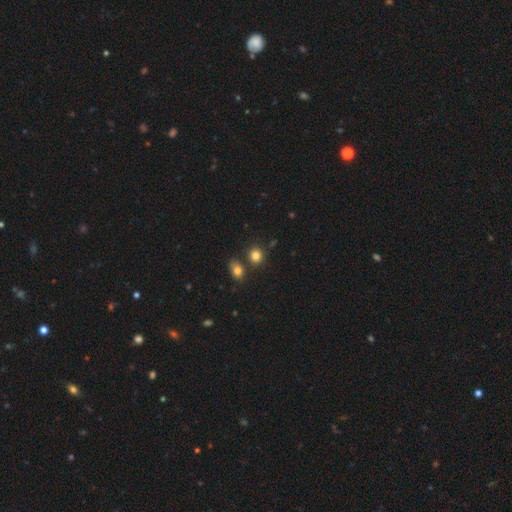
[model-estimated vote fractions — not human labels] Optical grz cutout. It shows a smooth galaxy with no disk features (81%) that is round (80%). Merging: none (76%).